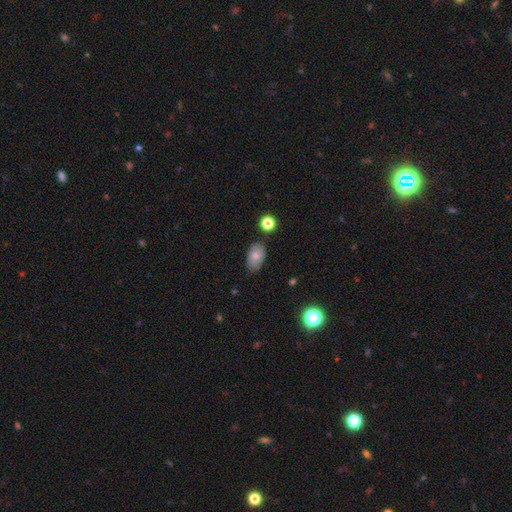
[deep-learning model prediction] Smooth or featured? Predicted: smooth (p=0.77). How rounded? Predicted: in between (p=0.90). Merging? Predicted: none (p=0.76).